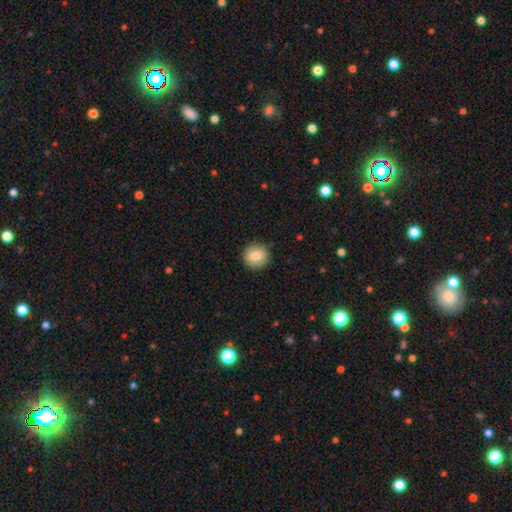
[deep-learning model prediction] Smooth or featured? smooth (82%)
How rounded? round (93%)
Merging? none (89%)